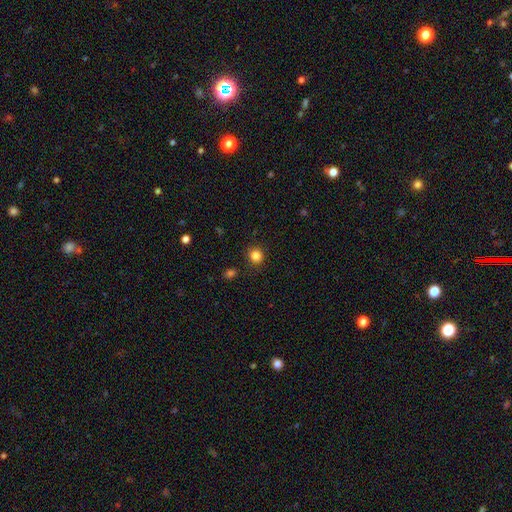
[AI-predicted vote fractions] A smooth galaxy with no disk features (84%) that is round (87%). Merging: none (87%).